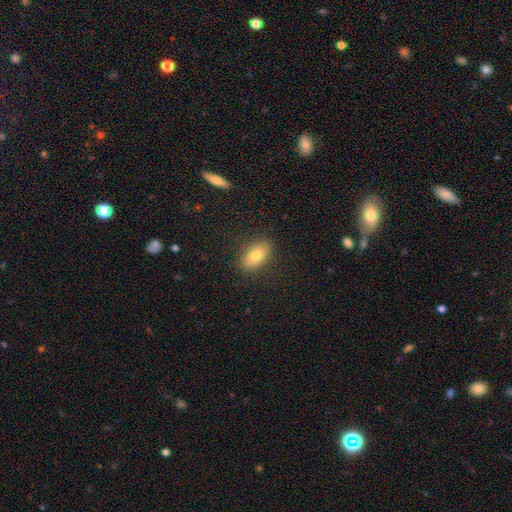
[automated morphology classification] Overall: smooth (75%). How rounded: in between (88%). Merging: none (87%).